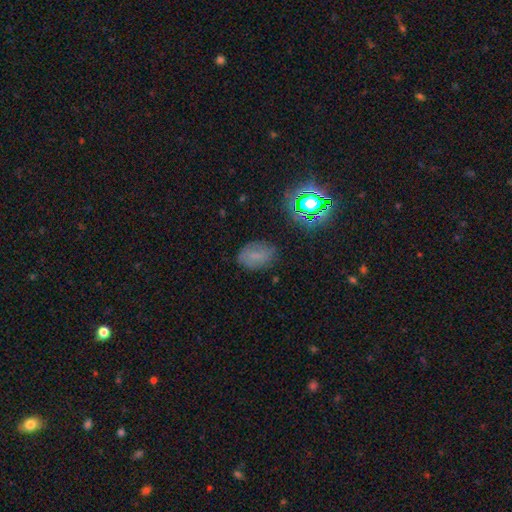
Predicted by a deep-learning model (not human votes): A smooth galaxy with no disk features (64%) that is in between round and cigar-shaped (77%). Merging: none (74%).